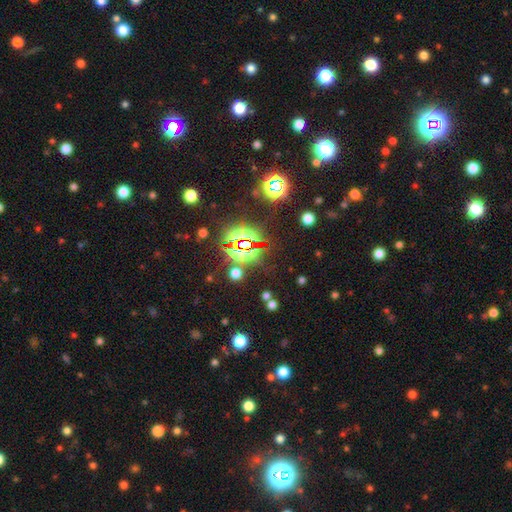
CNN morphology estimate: A star or artifact, not a galaxy (80%).